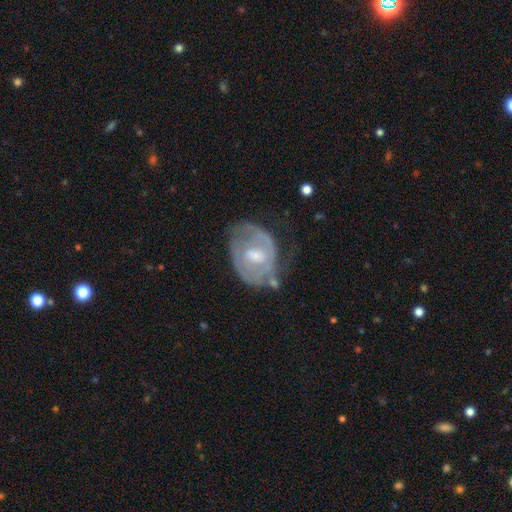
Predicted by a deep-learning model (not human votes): A featured or disk galaxy (74%) with no bar (47%), 2 (39%, tied with can't tell) tight (53%) spiral arms (71%) and a moderate central bulge (57%).

Vote fractions:
- Smooth or featured? featured or disk: 74% / smooth: 20% / star or artifact: 6%
- Edge-on disk? no: 96% / yes: 4%
- Bar? no: 47% / weak: 44% / strong: 9%
- Spiral arms? yes: 71% / no: 29%
- Spiral winding? tight: 53% / medium: 34% / loose: 13%
- Spiral arm count? 2: 39% (tied) / can't tell: 39% (tied) / 1: 12% / 3: 6% / 4: 2% / more than 4: 2%
- Bulge size? moderate: 57% / small: 31% / large: 6% / none: 5% / dominant: 1%
- Merging? none: 47% / minor disturbance: 29% / major disturbance: 18% / merger: 5%